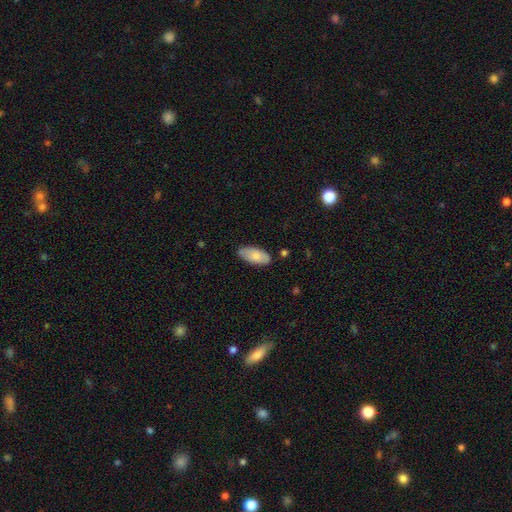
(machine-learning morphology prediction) This appears to be a smooth galaxy with no disk features (80%) that is in between round and cigar-shaped (92%). Merging: none (82%).